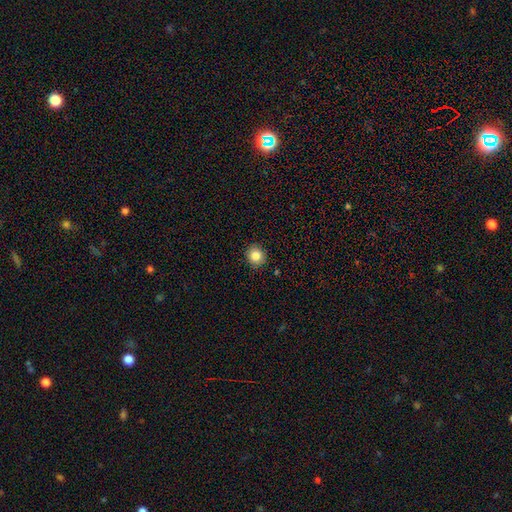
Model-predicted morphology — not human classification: Smooth or featured? Predicted: smooth (p=0.84). How rounded? Predicted: round (p=0.88). Merging? Predicted: none (p=0.91).